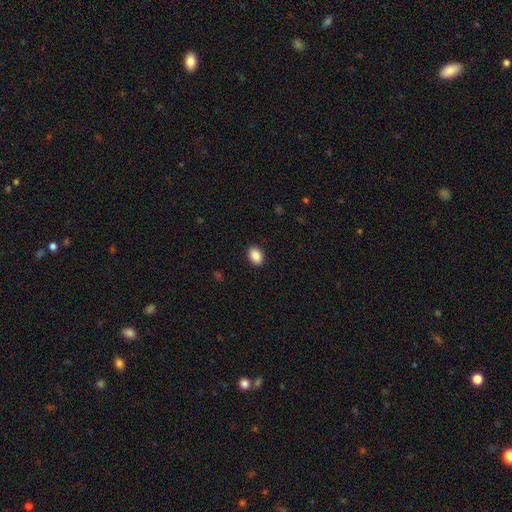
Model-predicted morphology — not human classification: Smooth or featured?
  - smooth: 90% *
  - star or artifact: 8%
  - featured or disk: 3%
How rounded?
  - in between: 77% *
  - round: 22%
  - cigar-shaped: 1%
Merging?
  - none: 90% *
  - minor disturbance: 7%
  - major disturbance: 2%
  - merger: 1%